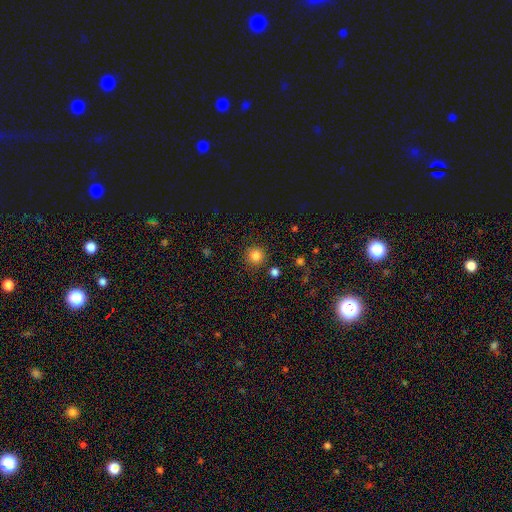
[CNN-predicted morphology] Overall: smooth (83%). How rounded: round (94%). Merging: none (88%).